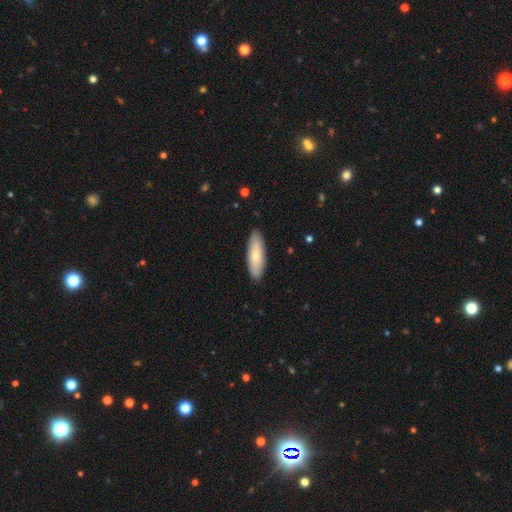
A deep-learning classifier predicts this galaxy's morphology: Overall: smooth (76%). How rounded: in between (55%; cigar-shaped 43%). Merging: none (88%).